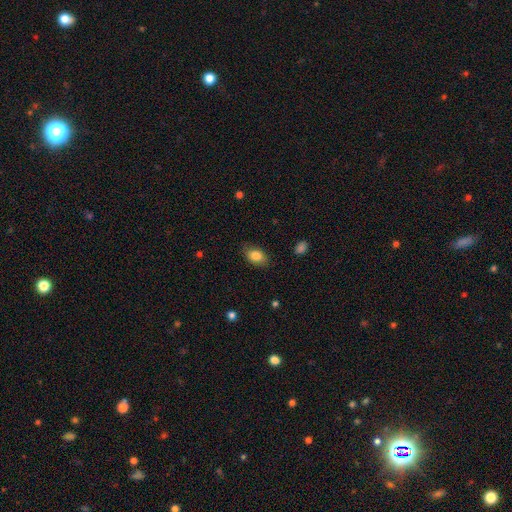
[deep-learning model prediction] smooth 84%, star or artifact 8%, featured or disk 8%. Down the decision tree: how rounded — in between (84%); merging — none (81%).